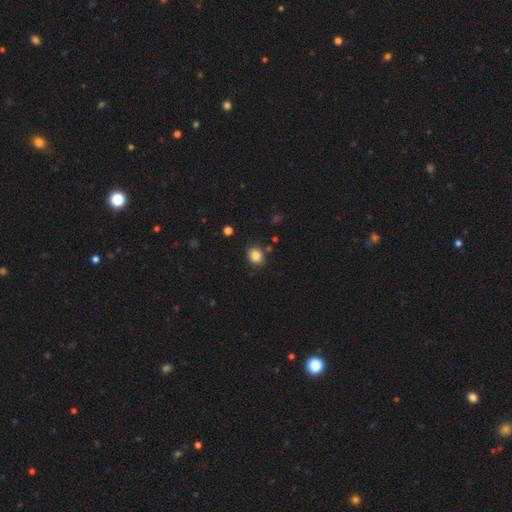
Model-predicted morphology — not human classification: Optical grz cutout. It shows a smooth galaxy with no disk features (84%) that is round (57%). Merging: none (84%).